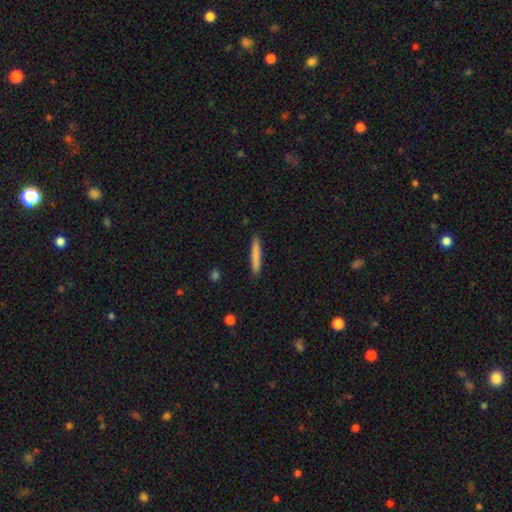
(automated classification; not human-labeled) smooth-or-featured: smooth: 79% | featured or disk: 15% | star or artifact: 6%
  how-rounded: cigar-shaped: 95% | in between: 4% | round: 1%
  merging: none: 89% | minor disturbance: 8% | major disturbance: 2% | merger: 1%